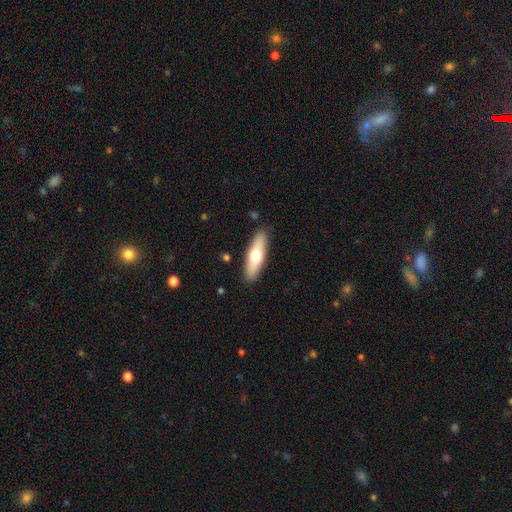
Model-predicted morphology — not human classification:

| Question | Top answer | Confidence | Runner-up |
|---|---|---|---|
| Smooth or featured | smooth | 58% | featured or disk (37%) |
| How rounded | cigar-shaped | 52% | in between (46%) |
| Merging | none | 88% | minor disturbance (9%) |